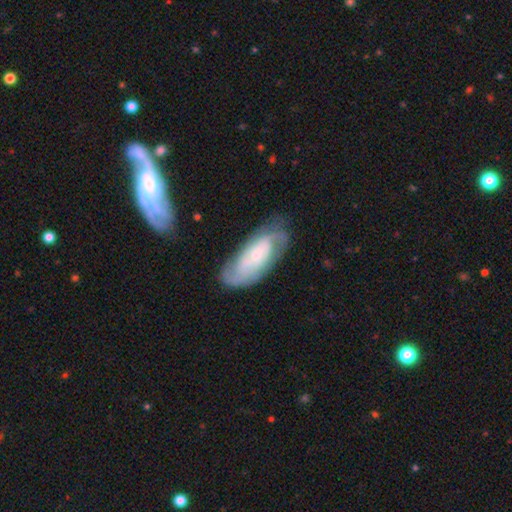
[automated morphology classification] Smooth or featured: featured or disk — 64% (smooth — 29%)
Edge-on disk: no — 90% (yes — 10%)
Bar: no — 64% (weak — 28%)
Spiral arms: yes — 88% (no — 12%)
Bulge size: small — 61% (moderate — 25%)
Merging: none — 65% (minor disturbance — 22%)